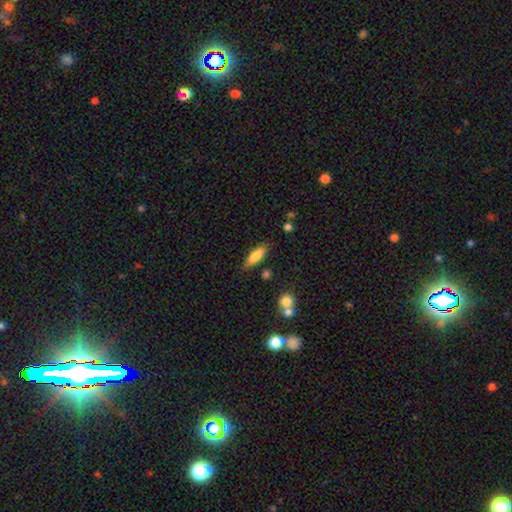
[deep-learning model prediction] Smooth or featured: smooth — 82% (featured or disk — 11%)
How rounded: in between — 58% (cigar-shaped — 40%)
Merging: none — 79% (minor disturbance — 15%)